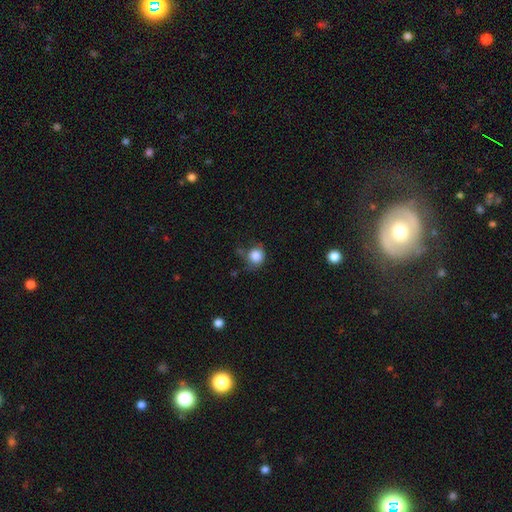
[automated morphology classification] Smooth or featured? smooth (84%)
How rounded? round (77%)
Merging? none (54%)